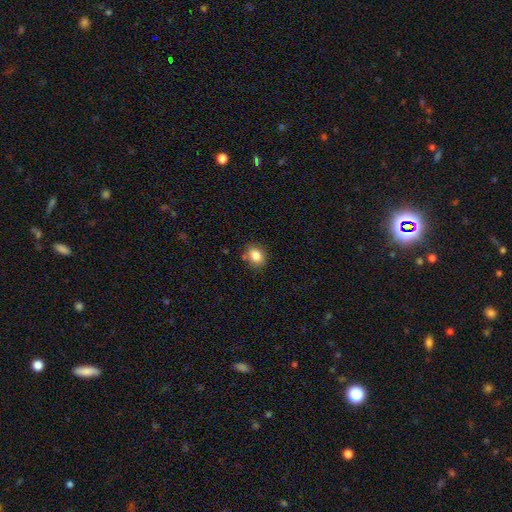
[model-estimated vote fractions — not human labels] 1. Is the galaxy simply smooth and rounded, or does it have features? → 83% smooth, 10% star or artifact, 7% featured or disk.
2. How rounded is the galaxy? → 53% in between, 46% round, 1% cigar-shaped.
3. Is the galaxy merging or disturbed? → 81% none, 13% minor disturbance, 3% merger, 3% major disturbance.